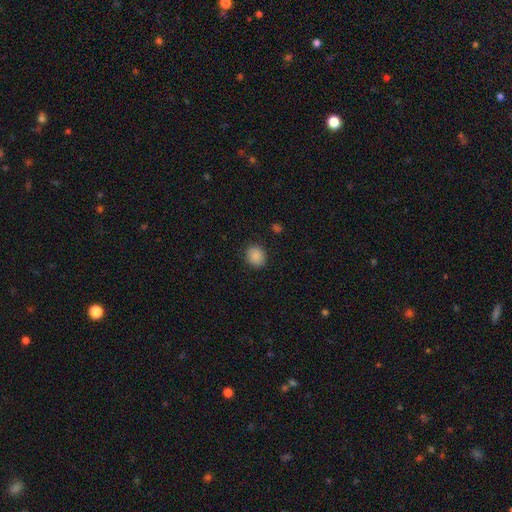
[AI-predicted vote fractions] Smooth or featured? Predicted: smooth (p=0.88). How rounded? Predicted: round (p=0.78). Merging? Predicted: none (p=0.88).